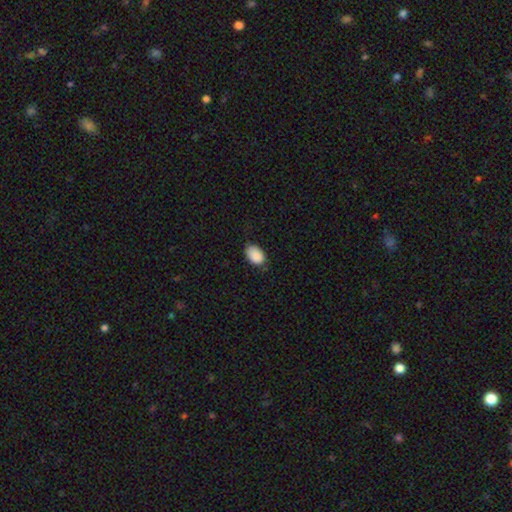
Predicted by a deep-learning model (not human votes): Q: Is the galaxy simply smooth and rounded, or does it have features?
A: smooth — 90%.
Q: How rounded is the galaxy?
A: in between — 87%.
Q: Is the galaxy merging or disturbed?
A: none — 72%.